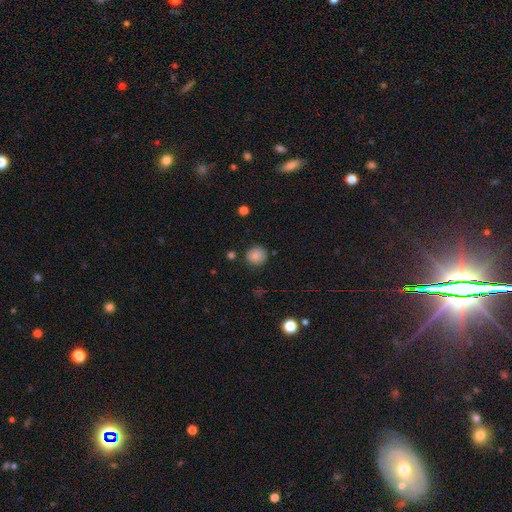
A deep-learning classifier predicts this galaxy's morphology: Smooth or featured? smooth (84%)
How rounded? round (88%)
Merging? none (83%)